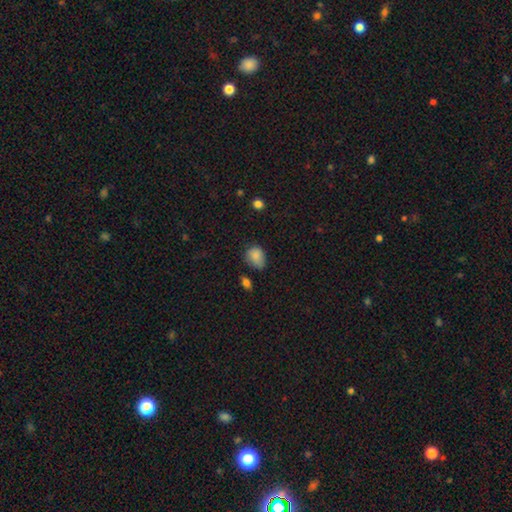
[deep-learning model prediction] smooth_or_featured: smooth (p=0.84) [alt: star or artifact p=0.09]
how_rounded: in between (p=0.50) [alt: round p=0.49]
merging: none (p=0.51) [alt: minor disturbance p=0.36]